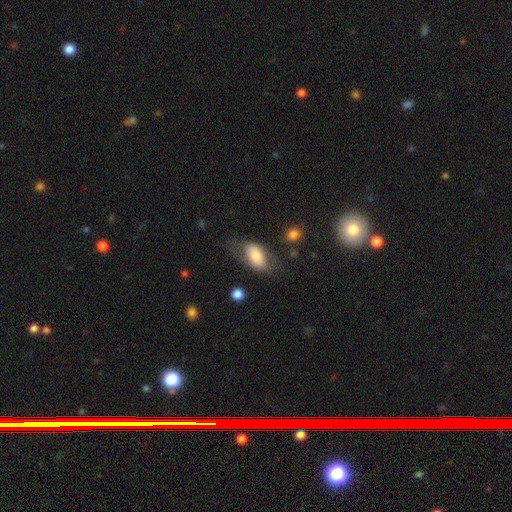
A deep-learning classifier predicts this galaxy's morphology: A smooth galaxy with no disk features (69%) that is in between round and cigar-shaped (91%). Merging: none (53%).